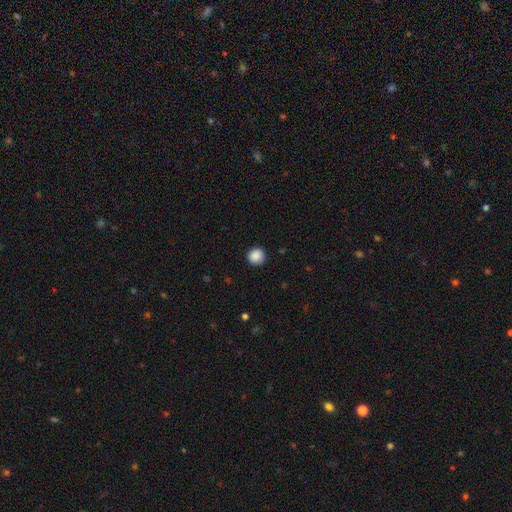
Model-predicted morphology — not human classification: smooth-or-featured: smooth: 88% | star or artifact: 9% | featured or disk: 3%
  how-rounded: round: 91% | in between: 8% | cigar-shaped: 1%
  merging: none: 90% | minor disturbance: 7% | major disturbance: 2% | merger: 1%